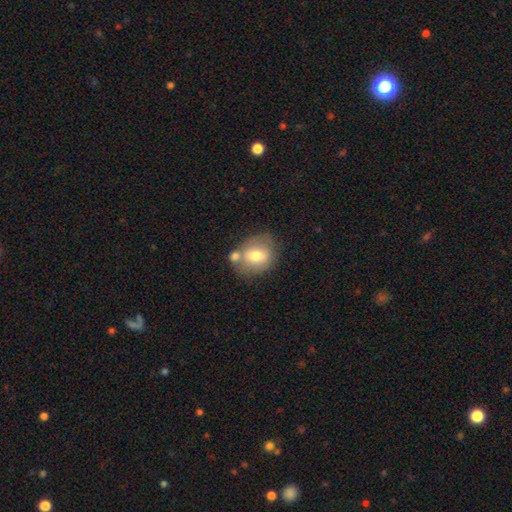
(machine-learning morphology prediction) Smooth or featured: smooth — 64% (featured or disk — 28%)
How rounded: round — 51% (in between — 48%)
Merging: none — 50% (merger — 28%)